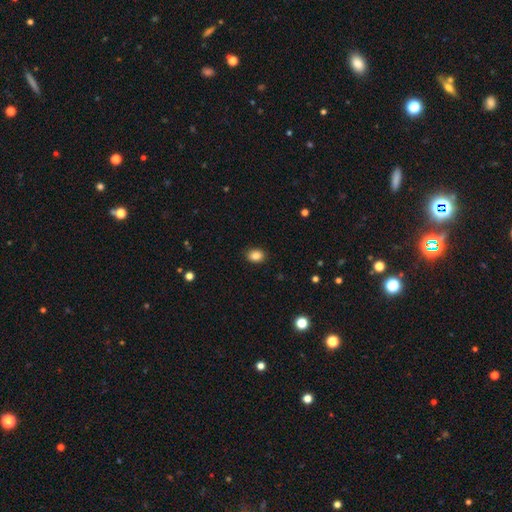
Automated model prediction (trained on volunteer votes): The model was most divided on "how rounded": in between: 66%, round: 33%, cigar-shaped: 1%. More confident: merging — none (90%); smooth or featured — smooth (87%).